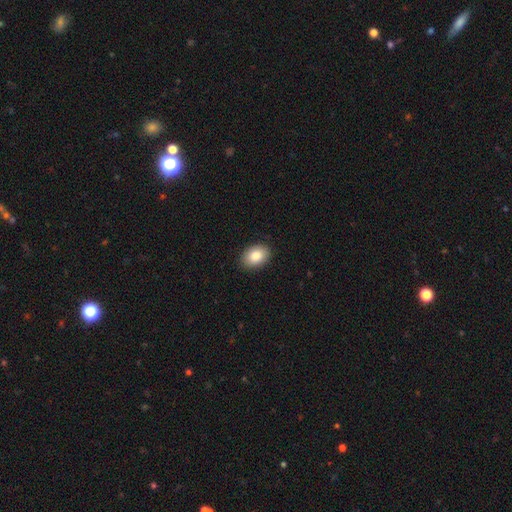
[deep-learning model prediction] smooth_or_featured: smooth (p=0.86) [alt: star or artifact p=0.07]
how_rounded: in between (p=0.82) [alt: round p=0.17]
merging: none (p=0.89) [alt: minor disturbance p=0.08]